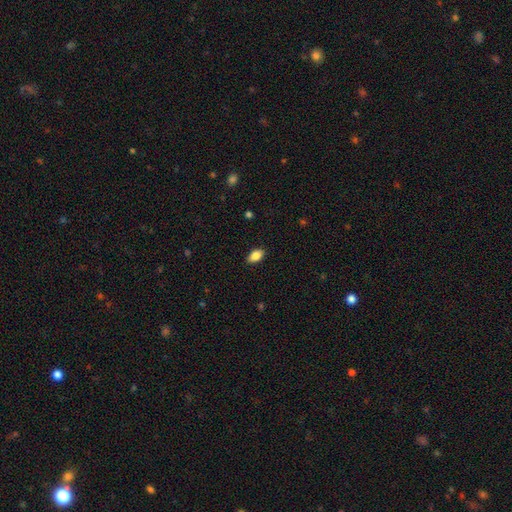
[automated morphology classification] A smooth galaxy with no disk features (84%) that is in between round and cigar-shaped (90%). Merging: none (87%).